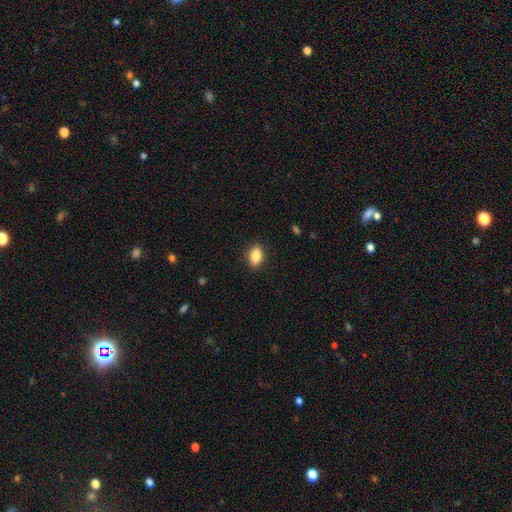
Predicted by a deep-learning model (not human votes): Smooth or featured? smooth (85%)
How rounded? in between (85%)
Merging? none (87%)